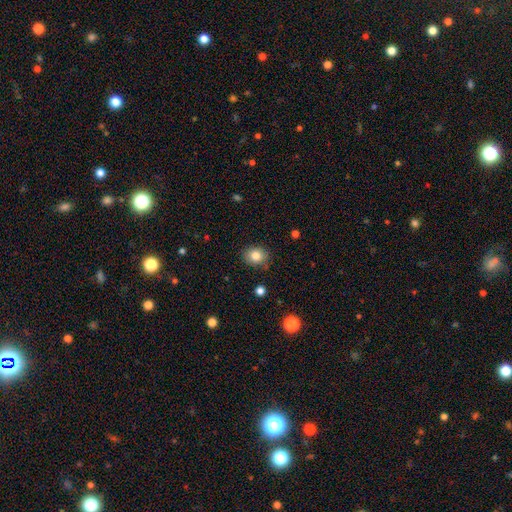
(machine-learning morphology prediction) The model was most divided on "how rounded": round: 65%, in between: 34%, cigar-shaped: 1%. More confident: merging — none (84%); smooth or featured — smooth (83%).